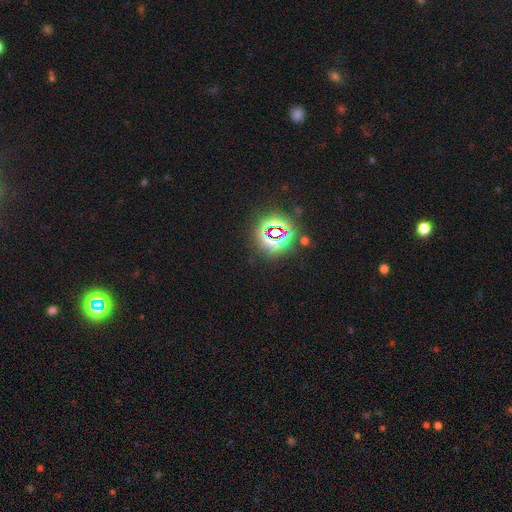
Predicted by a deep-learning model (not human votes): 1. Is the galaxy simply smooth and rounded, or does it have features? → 82% star or artifact, 12% smooth, 7% featured or disk.